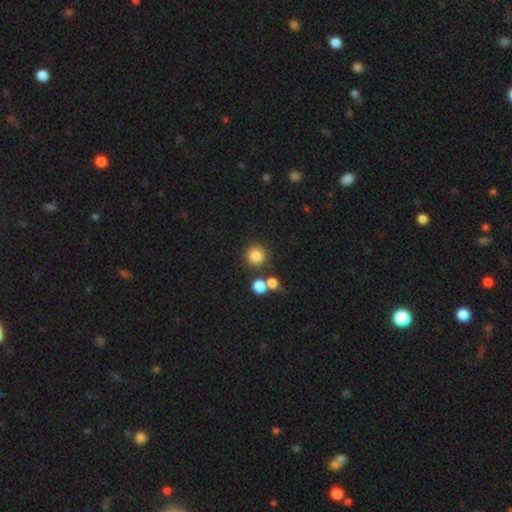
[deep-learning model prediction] Overall: smooth (82%). How rounded: round (94%). Merging: none (78%).